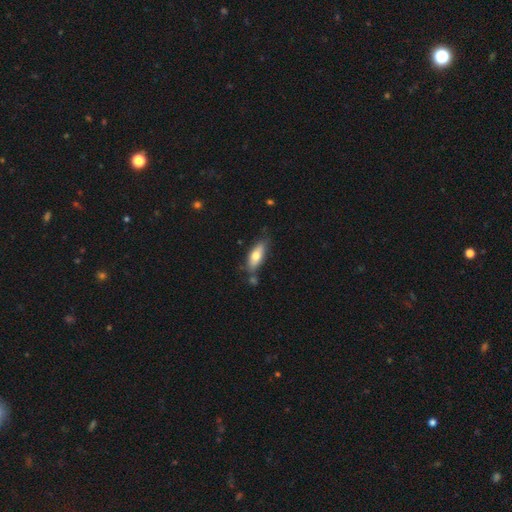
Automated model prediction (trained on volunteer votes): smooth-or-featured: smooth: 68% | featured or disk: 26% | star or artifact: 6%
  how-rounded: in between: 69% | cigar-shaped: 29% | round: 2%
  merging: none: 69% | minor disturbance: 19% | merger: 9% | major disturbance: 4%